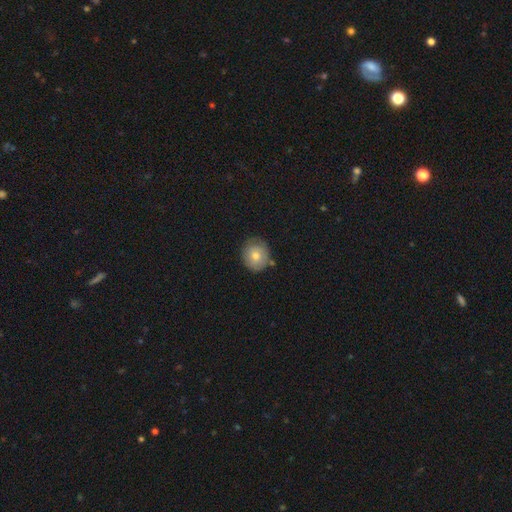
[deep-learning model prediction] A smooth galaxy with no disk features (68%) that is round (82%). Merging: none (76%).